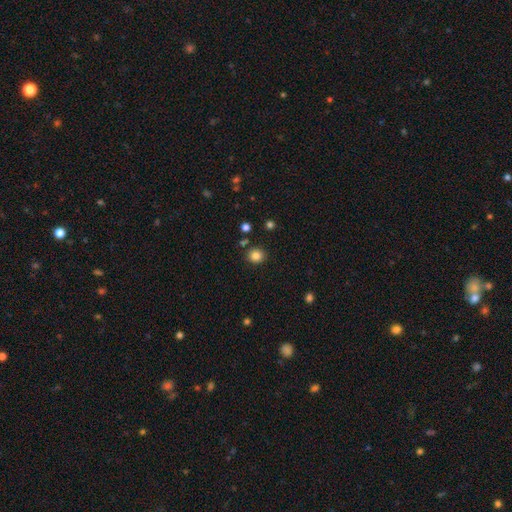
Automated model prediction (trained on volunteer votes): Q: Smooth or featured?
A: smooth (84%); runner-up: star or artifact (12%)
Q: How rounded?
A: round (85%); runner-up: in between (14%)
Q: Merging?
A: none (87%); runner-up: minor disturbance (7%)